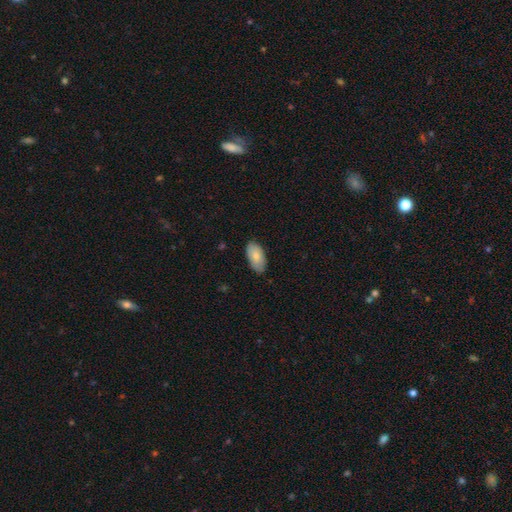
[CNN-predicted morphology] smooth 78%, featured or disk 16%, star or artifact 6%. Down the decision tree: how rounded — in between (95%); merging — none (81%).